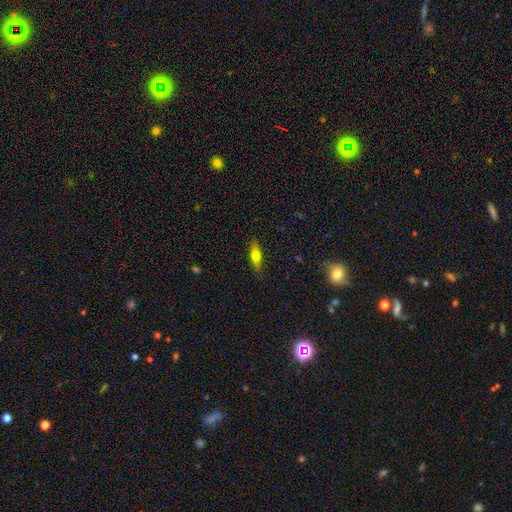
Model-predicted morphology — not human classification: smooth-or-featured: smooth: 59% | featured or disk: 33% | star or artifact: 8%
  how-rounded: cigar-shaped: 55% | in between: 42% | round: 3%
  merging: none: 85% | minor disturbance: 11% | major disturbance: 2% | merger: 1%